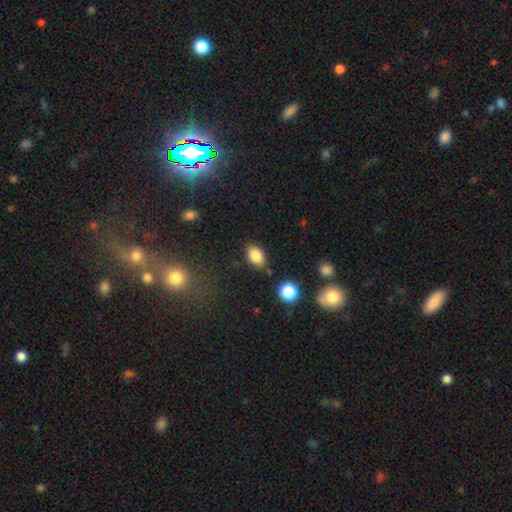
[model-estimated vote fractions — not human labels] Smooth or featured? smooth (82%)
How rounded? in between (85%)
Merging? none (79%)